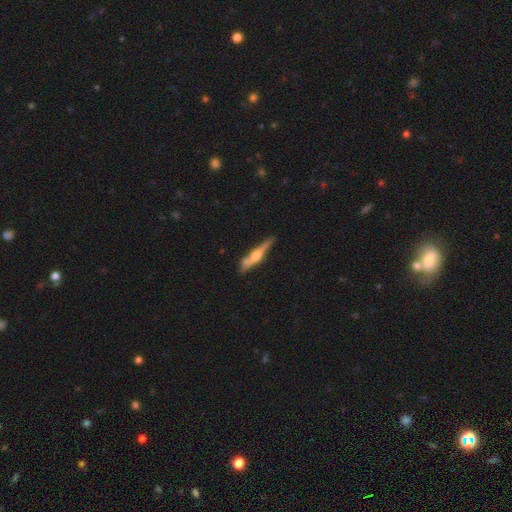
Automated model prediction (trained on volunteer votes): featured or disk 67%, smooth 28%, star or artifact 6%. Down the decision tree: edge-on disk — yes (96%); edge-on bulge — rounded (82%); merging — none (76%).